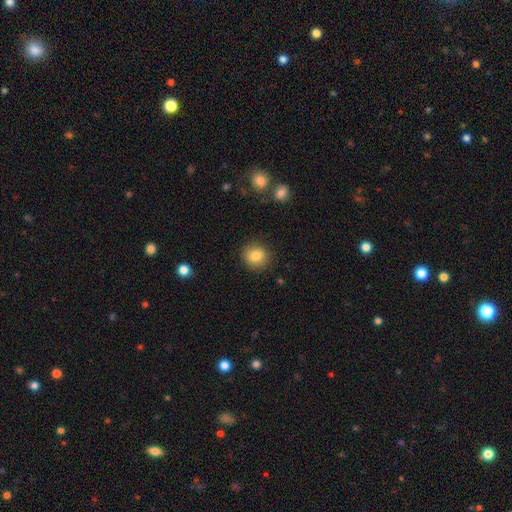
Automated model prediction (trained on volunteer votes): This appears to be a smooth galaxy with no disk features (83%) that is round (82%). Merging: none (89%).